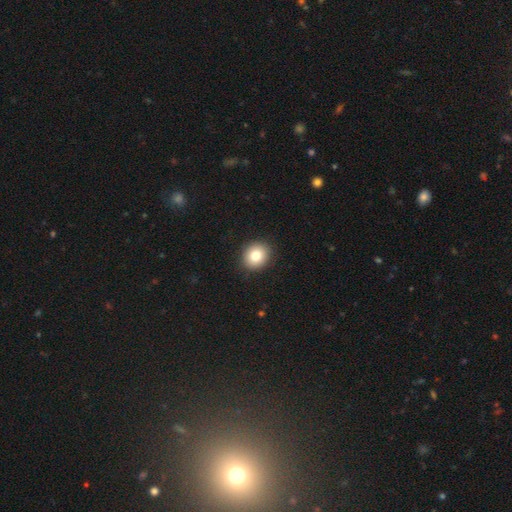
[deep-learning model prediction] Morphology: type=smooth (81%); roundness=round (75%); merging=none (90%).